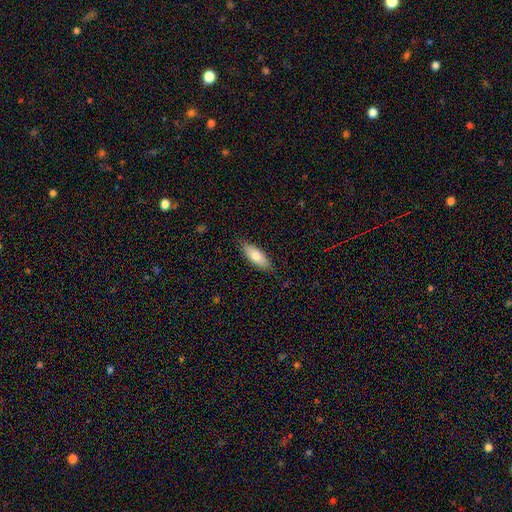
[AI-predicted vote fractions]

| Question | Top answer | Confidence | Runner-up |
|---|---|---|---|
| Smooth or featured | smooth | 77% | featured or disk (17%) |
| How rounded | in between | 72% | cigar-shaped (26%) |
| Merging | none | 84% | minor disturbance (13%) |